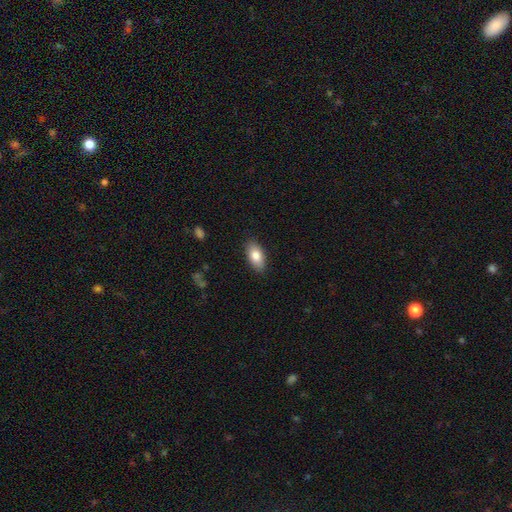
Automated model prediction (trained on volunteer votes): This is clearly a smooth galaxy (82%). How rounded: clearly in between (92%). Merging: clearly none (87%).